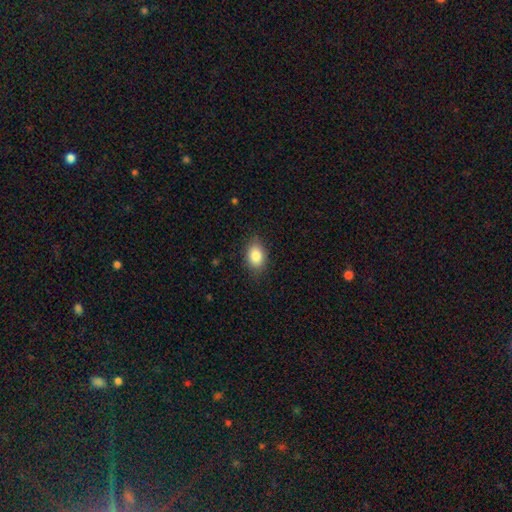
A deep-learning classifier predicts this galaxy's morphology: type=smooth (85%); roundness=in between (83%); merging=none (84%).